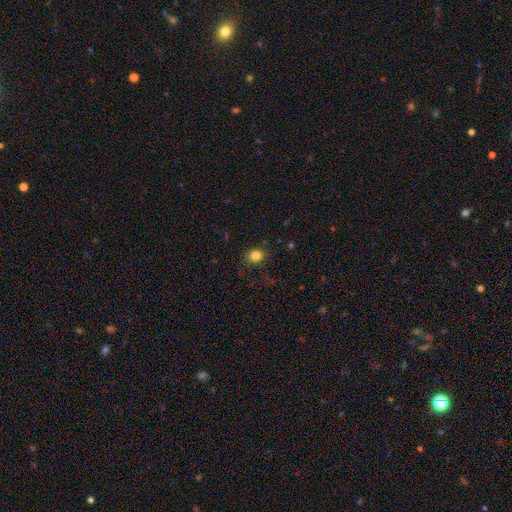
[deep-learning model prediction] Smooth or featured?
  - smooth: 83% *
  - star or artifact: 12%
  - featured or disk: 5%
How rounded?
  - round: 70% *
  - in between: 29%
  - cigar-shaped: 1%
Merging?
  - none: 82% *
  - minor disturbance: 13%
  - major disturbance: 4%
  - merger: 1%